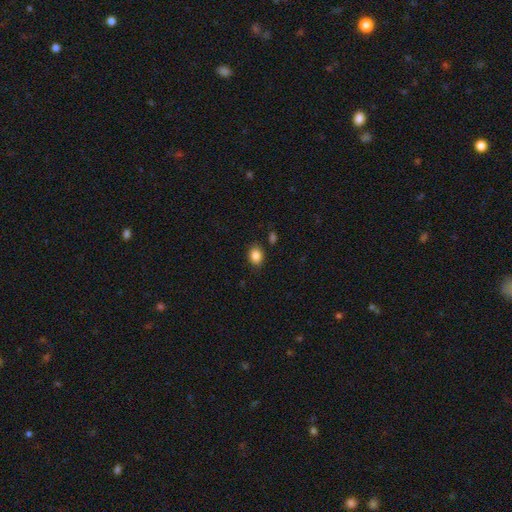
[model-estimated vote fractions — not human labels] Smooth or featured? Predicted: smooth (p=0.86). How rounded? Predicted: in between (p=0.58). Merging? Predicted: none (p=0.84).